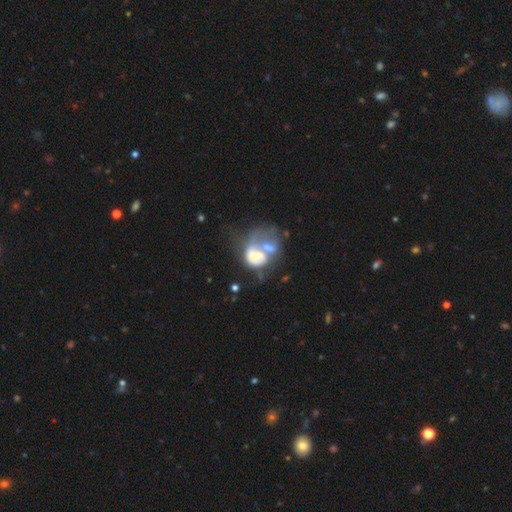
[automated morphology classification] A featured or disk galaxy (53%) with no bar (82%), no spiral arms (76%) and a moderate central bulge (30%, tied with none).

Vote fractions:
- Smooth or featured? featured or disk: 53% / smooth: 37% / star or artifact: 10%
- Edge-on disk? no: 98% / yes: 2%
- Bar? no: 82% / weak: 13% / strong: 5%
- Spiral arms? no: 76% / yes: 24%
- Bulge size? moderate: 30% (tied) / none: 30% (tied) / small: 22% / large: 14% / dominant: 5%
- Merging? merger: 52% / major disturbance: 28% / none: 11% / minor disturbance: 8%